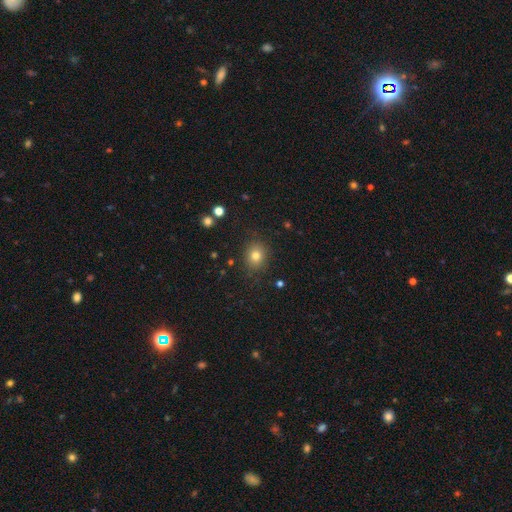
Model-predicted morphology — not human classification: Smooth or featured?
  - smooth: 79% *
  - star or artifact: 13%
  - featured or disk: 8%
How rounded?
  - round: 67% *
  - in between: 32%
  - cigar-shaped: 1%
Merging?
  - none: 86% *
  - minor disturbance: 10%
  - major disturbance: 3%
  - merger: 2%